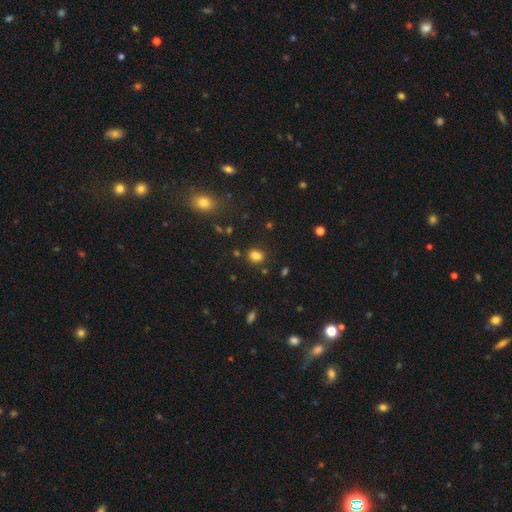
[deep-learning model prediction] This appears to be a smooth galaxy with no disk features (81%) that is in between round and cigar-shaped (57%). Merging: none (79%).